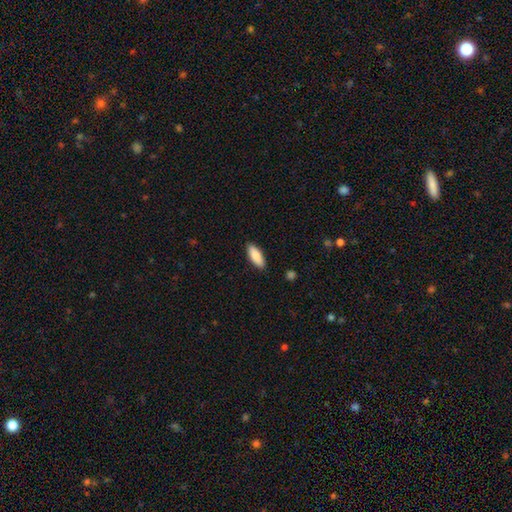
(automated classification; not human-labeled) Morphology: type=smooth (87%); roundness=in between (75%); merging=none (88%).